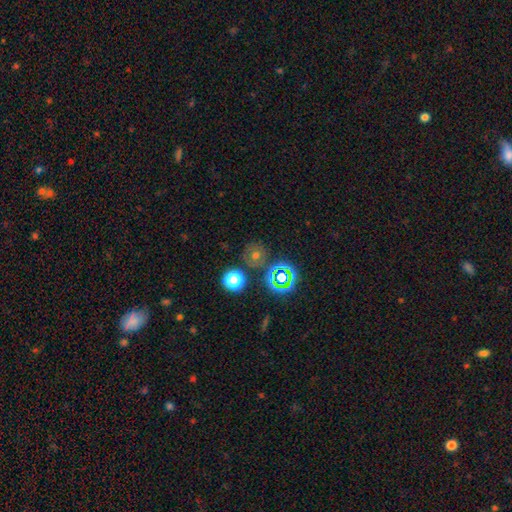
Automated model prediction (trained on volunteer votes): Q: Smooth or featured?
A: smooth (51%); runner-up: star or artifact (32%)
Q: How rounded?
A: round (88%); runner-up: in between (11%)
Q: Merging?
A: none (77%); runner-up: minor disturbance (11%)